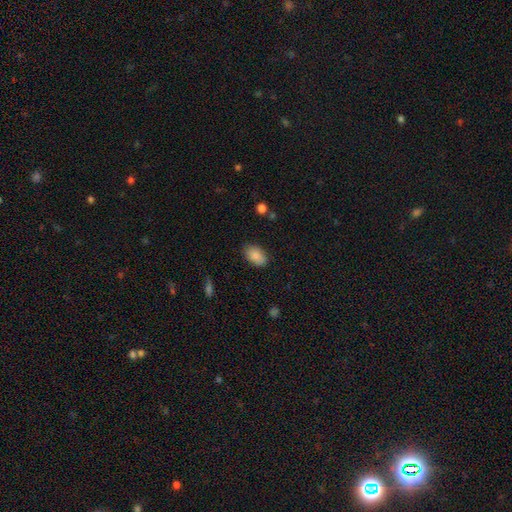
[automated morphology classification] Smooth or featured?
  - smooth: 87% *
  - star or artifact: 7%
  - featured or disk: 6%
How rounded?
  - in between: 91% *
  - round: 8%
  - cigar-shaped: 1%
Merging?
  - none: 83% *
  - minor disturbance: 13%
  - major disturbance: 3%
  - merger: 1%